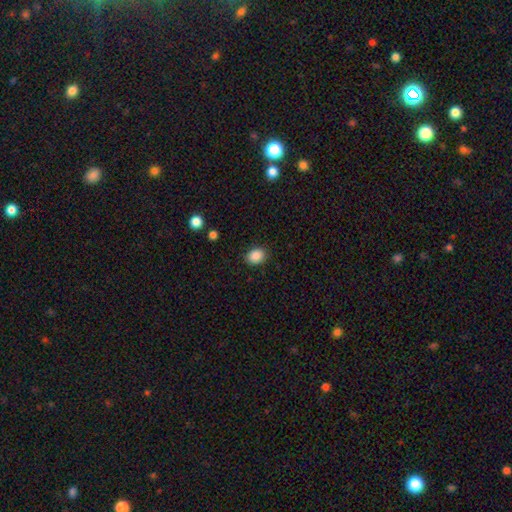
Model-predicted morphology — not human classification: smooth_or_featured: smooth (p=0.88) [alt: star or artifact p=0.09]
how_rounded: in between (p=0.53) [alt: round p=0.46]
merging: none (p=0.87) [alt: minor disturbance p=0.09]